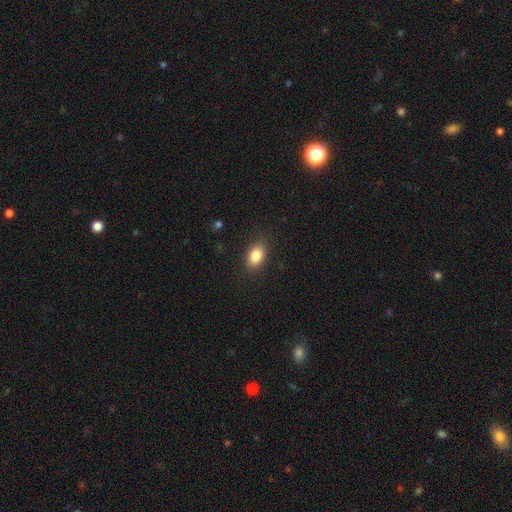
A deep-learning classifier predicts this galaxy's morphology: Smooth or featured? smooth (85%)
How rounded? in between (84%)
Merging? none (86%)